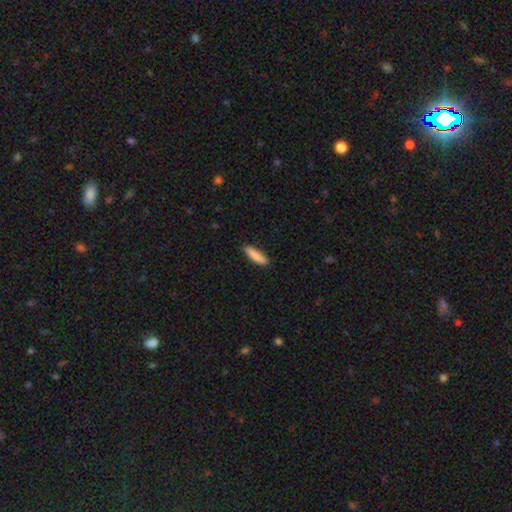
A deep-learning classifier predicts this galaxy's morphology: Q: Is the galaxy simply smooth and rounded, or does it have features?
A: smooth — 85%.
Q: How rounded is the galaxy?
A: cigar-shaped — 74%.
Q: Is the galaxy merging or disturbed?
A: none — 87%.